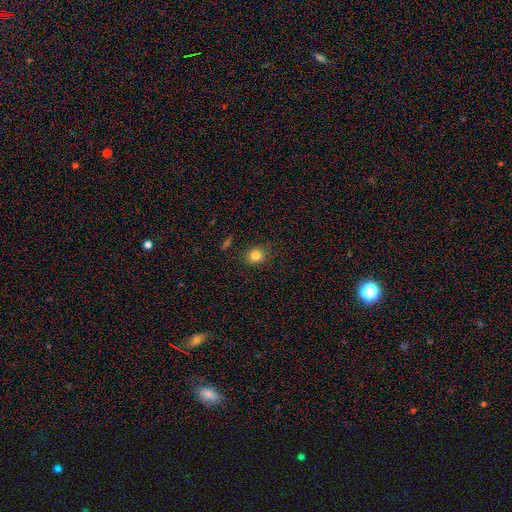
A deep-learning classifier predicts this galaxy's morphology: smooth_or_featured: smooth (p=0.82) [alt: star or artifact p=0.12]
how_rounded: round (p=0.79) [alt: in between p=0.20]
merging: none (p=0.87) [alt: minor disturbance p=0.09]